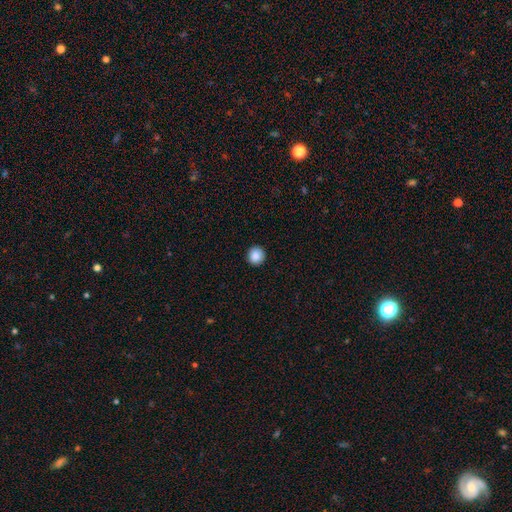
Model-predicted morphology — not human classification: The model was most divided on "smooth or featured": smooth: 88%, star or artifact: 9%, featured or disk: 3%. More confident: how rounded — round (93%); merging — none (92%).